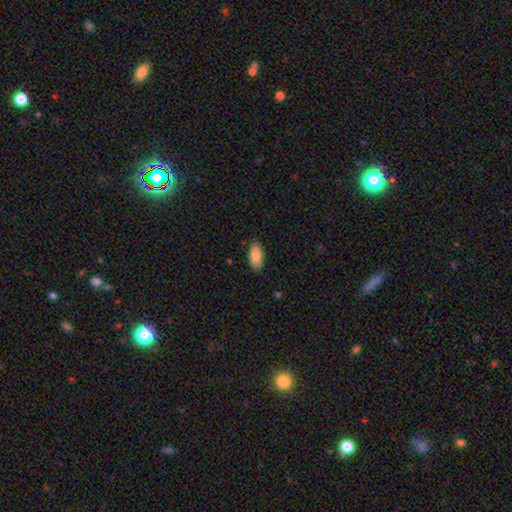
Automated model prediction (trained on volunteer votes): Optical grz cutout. It shows a smooth galaxy with no disk features (85%) that is in between round and cigar-shaped (91%). Merging: none (87%).